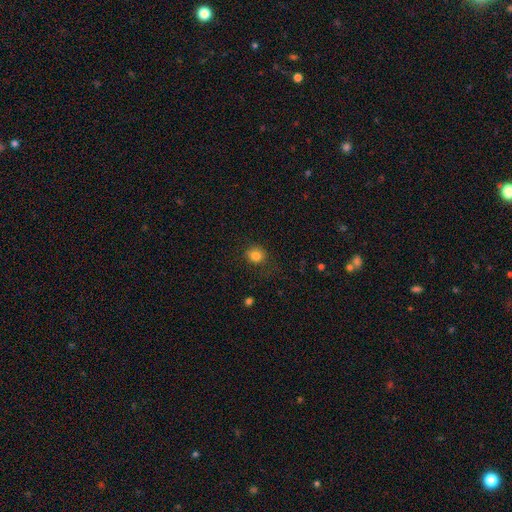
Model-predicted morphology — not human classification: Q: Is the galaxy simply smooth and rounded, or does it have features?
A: smooth — 83%.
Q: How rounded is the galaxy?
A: round — 74%.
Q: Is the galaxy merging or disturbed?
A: none — 76%.